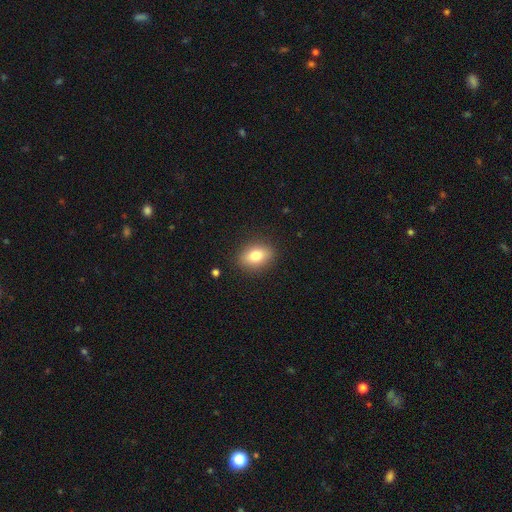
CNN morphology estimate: This appears to be a smooth galaxy with no disk features (79%) that is in between round and cigar-shaped (77%). Merging: none (88%).